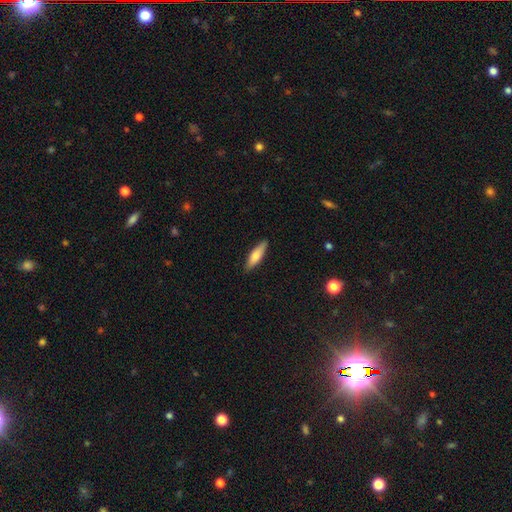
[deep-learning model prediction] smooth-or-featured: smooth: 71% | featured or disk: 24% | star or artifact: 6%
  how-rounded: cigar-shaped: 64% | in between: 34% | round: 2%
  merging: none: 87% | minor disturbance: 10% | major disturbance: 2% | merger: 1%